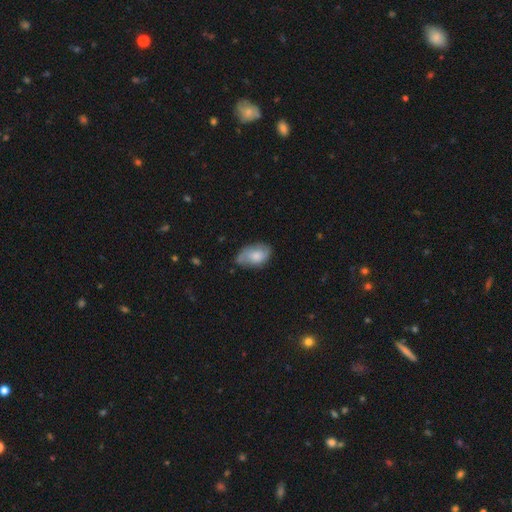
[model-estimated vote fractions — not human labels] Q: Smooth or featured?
A: smooth (67%); runner-up: featured or disk (26%)
Q: How rounded?
A: in between (91%); runner-up: round (8%)
Q: Merging?
A: none (56%); runner-up: minor disturbance (33%)